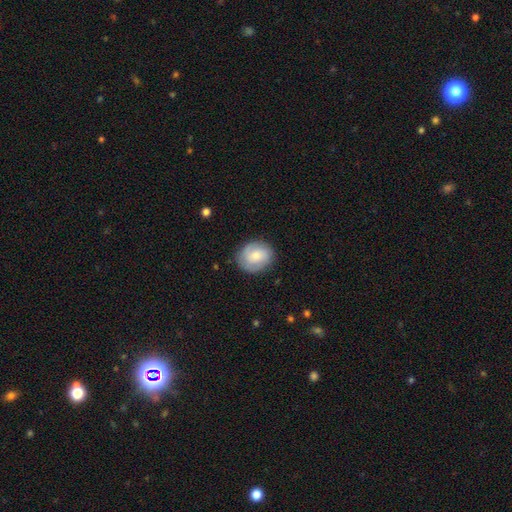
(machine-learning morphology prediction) A smooth galaxy with no disk features (64%) that is round (68%). Merging: none (82%).